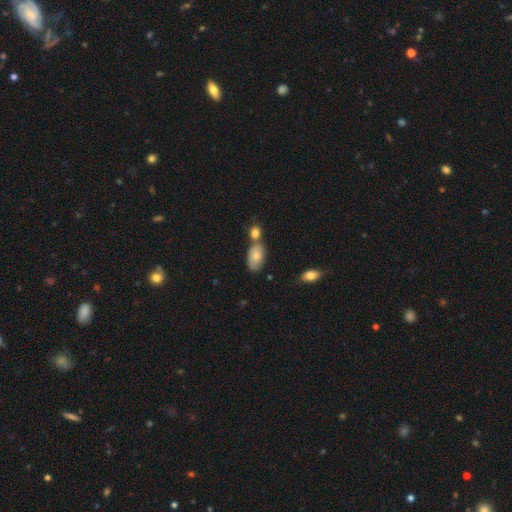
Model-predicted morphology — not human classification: smooth-or-featured: smooth: 76% | featured or disk: 17% | star or artifact: 7%
  how-rounded: in between: 92% | round: 6% | cigar-shaped: 3%
  merging: none: 48% | merger: 32% | minor disturbance: 16% | major disturbance: 4%